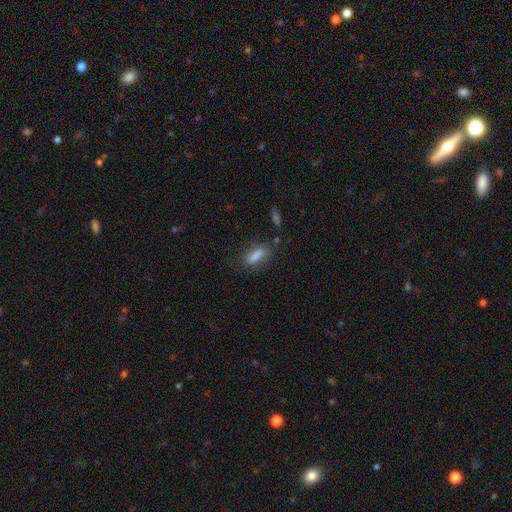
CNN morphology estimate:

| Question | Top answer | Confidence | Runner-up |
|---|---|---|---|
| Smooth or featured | smooth | 80% | featured or disk (11%) |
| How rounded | in between | 53% | cigar-shaped (43%) |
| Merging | none | 74% | minor disturbance (16%) |